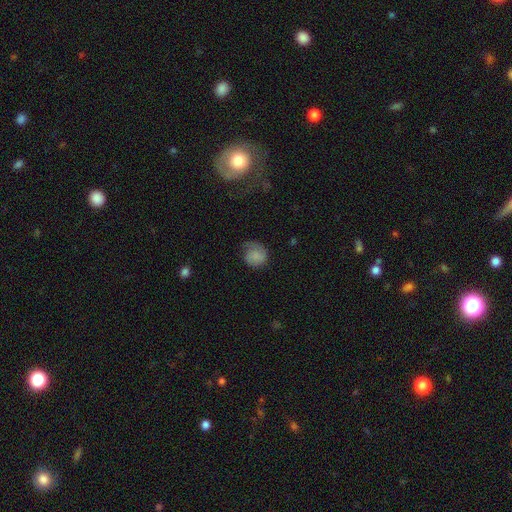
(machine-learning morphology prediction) Smooth or featured? Predicted: smooth (p=0.61). How rounded? Predicted: round (p=0.76). Merging? Predicted: none (p=0.50).